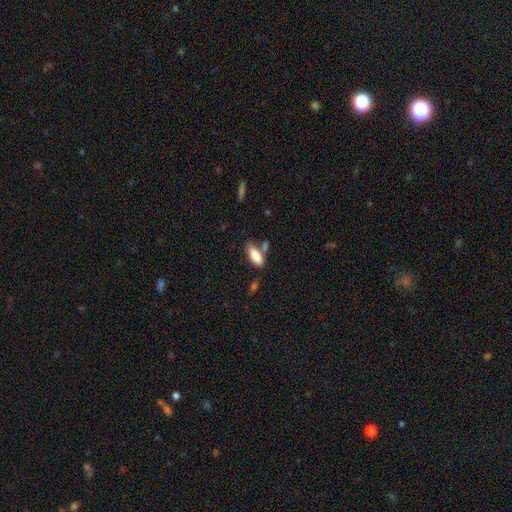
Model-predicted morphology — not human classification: smooth-or-featured: smooth: 82% | featured or disk: 11% | star or artifact: 7%
  how-rounded: in between: 79% | cigar-shaped: 19% | round: 2%
  merging: none: 58% | merger: 19% | minor disturbance: 18% | major disturbance: 5%